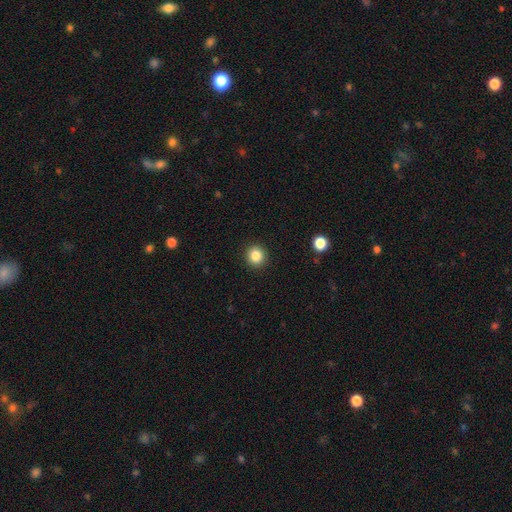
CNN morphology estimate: A smooth galaxy with no disk features (85%) that is round (92%).

Vote fractions:
- Smooth or featured? smooth: 85% / star or artifact: 11% / featured or disk: 4%
- How rounded? round: 92% / in between: 7% / cigar-shaped: 1%
- Merging? none: 92% / minor disturbance: 5% / major disturbance: 2% / merger: 1%